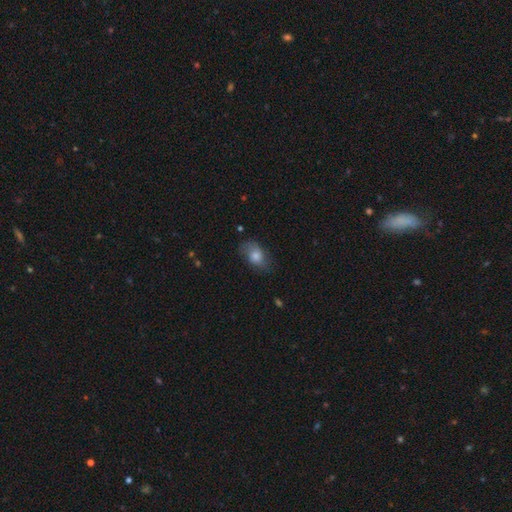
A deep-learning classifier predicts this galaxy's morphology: Smooth or featured? smooth (70%)
How rounded? in between (81%)
Merging? none (65%)